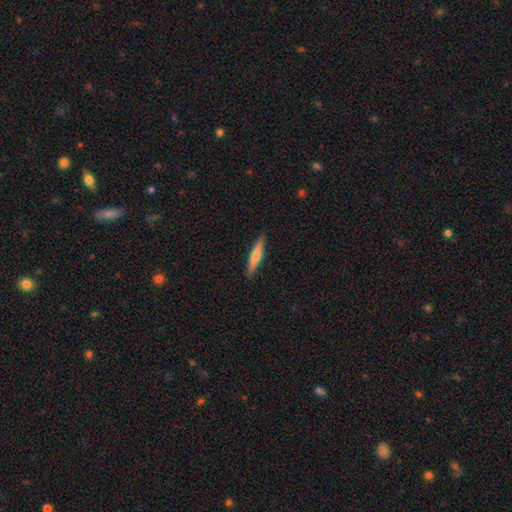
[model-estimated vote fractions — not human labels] Smooth or featured? Predicted: smooth (p=0.55). How rounded? Predicted: cigar-shaped (p=0.89). Merging? Predicted: none (p=0.90).